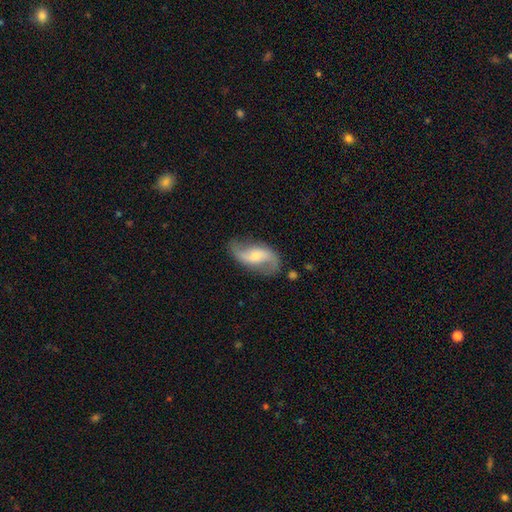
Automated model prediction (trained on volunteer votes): smooth-or-featured: featured or disk: 82% | smooth: 12% | star or artifact: 6%
  disk-edge-on: no: 96% | yes: 4%
    bar: no: 43% | weak: 40% | strong: 18%
    has-spiral-arms: yes: 94% | no: 6%
      spiral-winding: loose: 74% | medium: 20% | tight: 5%
      spiral-arm-count: 2: 92% | 1: 3% | can't tell: 3% | 3: 1% | 4: 1% | more than 4: 1%
    bulge-size: small: 50% | moderate: 42% | large: 4% | none: 3% | dominant: 1%
  merging: none: 75% | minor disturbance: 16% | major disturbance: 7% | merger: 2%